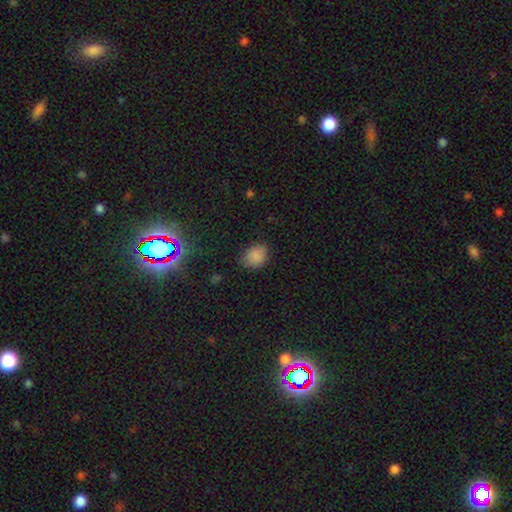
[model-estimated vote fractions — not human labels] This is clearly a smooth galaxy (84%). How rounded: possibly in between (56%). Merging: likely none (76%).